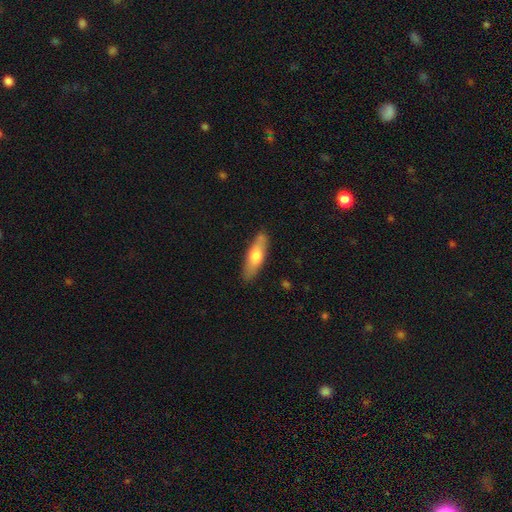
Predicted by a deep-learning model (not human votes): This appears to be a smooth galaxy with no disk features (66%) that is cigar-shaped (51%). Merging: none (83%).